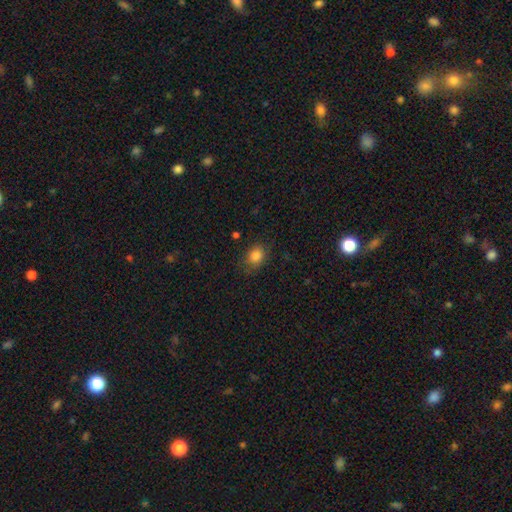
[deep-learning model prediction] smooth-or-featured: smooth: 83% | star or artifact: 11% | featured or disk: 6%
  how-rounded: round: 52% | in between: 47% | cigar-shaped: 1%
  merging: none: 75% | minor disturbance: 18% | major disturbance: 5% | merger: 2%